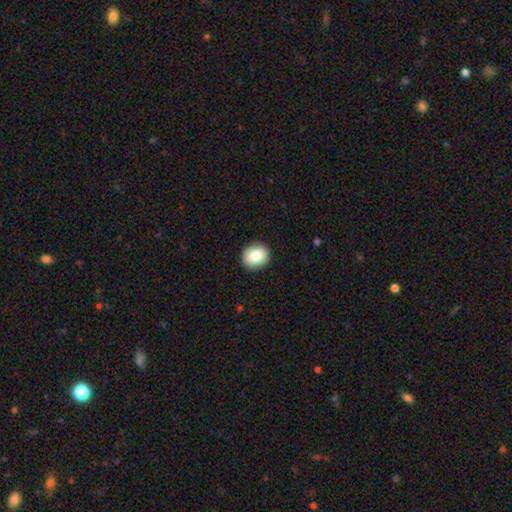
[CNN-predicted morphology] Overall: smooth (81%). How rounded: round (77%). Merging: none (90%).